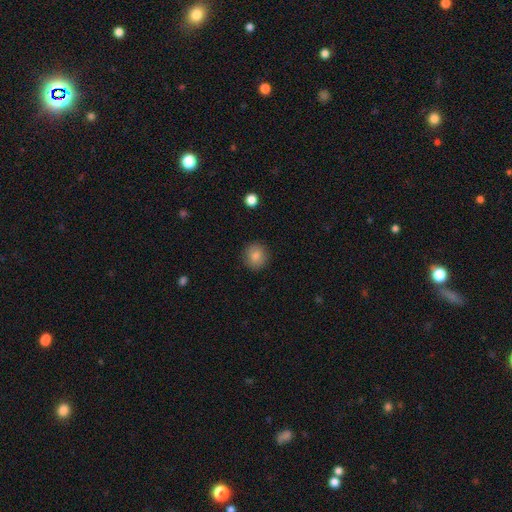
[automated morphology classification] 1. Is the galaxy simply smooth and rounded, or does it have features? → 84% smooth, 9% star or artifact, 7% featured or disk.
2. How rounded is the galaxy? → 90% round, 9% in between, 1% cigar-shaped.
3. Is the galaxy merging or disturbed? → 90% none, 7% minor disturbance, 2% major disturbance, 1% merger.